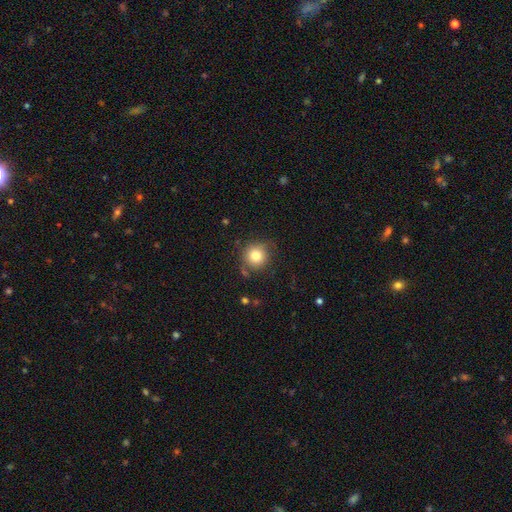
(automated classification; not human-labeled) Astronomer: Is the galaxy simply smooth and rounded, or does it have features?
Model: smooth — 80%.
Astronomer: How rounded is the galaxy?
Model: round — 92%.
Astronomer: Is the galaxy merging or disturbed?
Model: none — 78%.